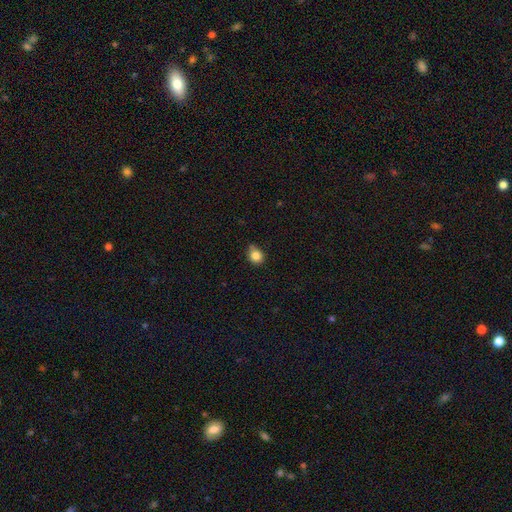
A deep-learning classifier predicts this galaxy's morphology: A smooth galaxy with no disk features (84%) that is round (69%).

Vote fractions:
- Smooth or featured? smooth: 84% / star or artifact: 10% / featured or disk: 6%
- How rounded? round: 69% / in between: 30% / cigar-shaped: 1%
- Merging? none: 65% / minor disturbance: 28% / major disturbance: 4% / merger: 3%